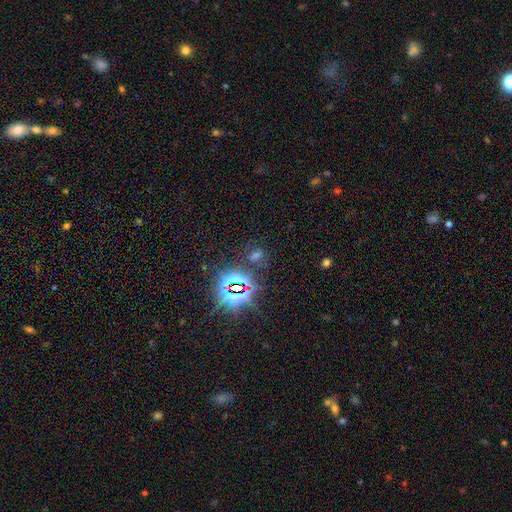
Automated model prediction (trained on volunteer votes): This is likely a star or artifact rather than a galaxy (67%).